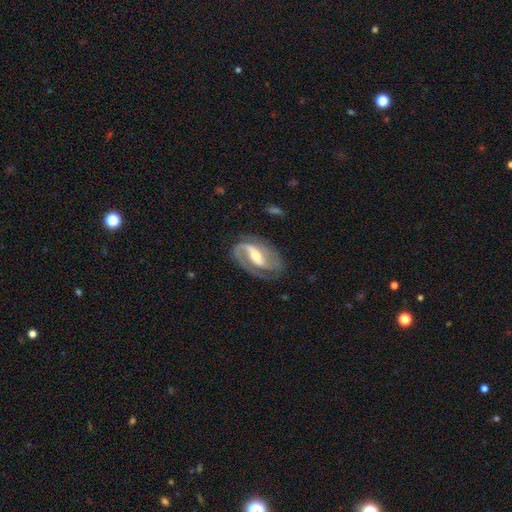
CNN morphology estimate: type=featured or disk (88%); edge-on=no (96%); bar=strong (45%); spiral arms=yes (95%); winding=medium (50%); arm count=2 (76%); bulge=moderate (58%); merging=none (71%).